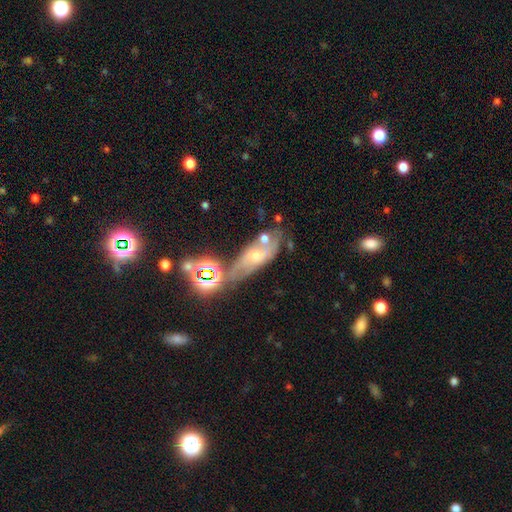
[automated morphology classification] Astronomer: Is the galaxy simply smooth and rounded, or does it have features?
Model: featured or disk — 52%.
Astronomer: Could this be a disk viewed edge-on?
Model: no — 75%.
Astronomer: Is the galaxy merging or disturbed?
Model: none — 49%.